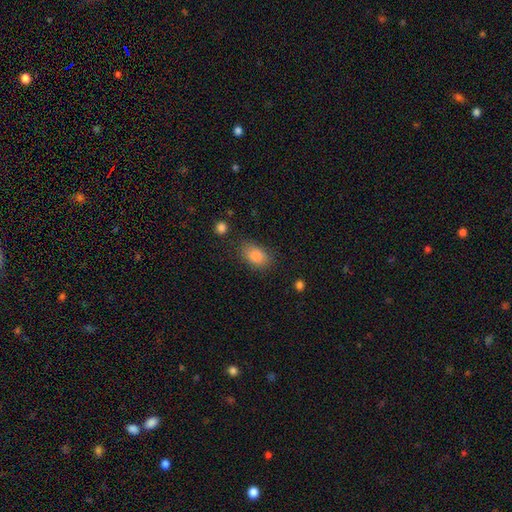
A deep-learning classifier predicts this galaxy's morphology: type=smooth (85%); roundness=in between (86%); merging=none (77%).